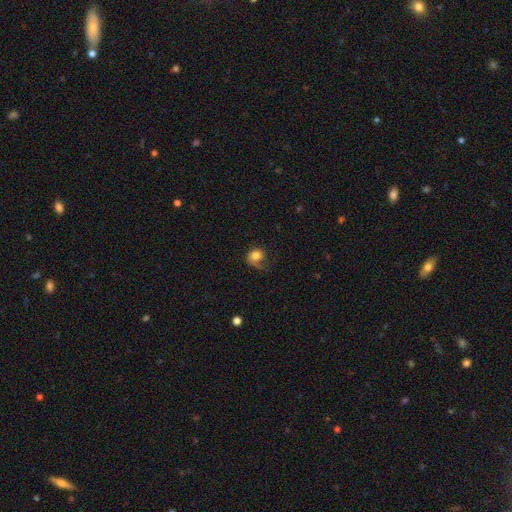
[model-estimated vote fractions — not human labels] smooth-or-featured: smooth: 69% | featured or disk: 22% | star or artifact: 9%
  how-rounded: round: 65% | in between: 34% | cigar-shaped: 1%
  merging: none: 40% | major disturbance: 32% | minor disturbance: 26% | merger: 2%